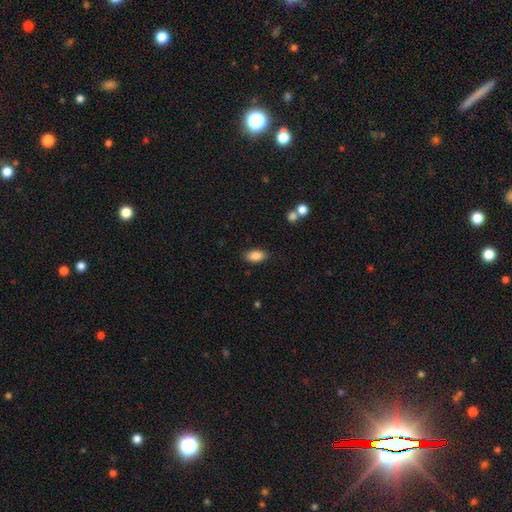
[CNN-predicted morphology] Overall: smooth (86%). How rounded: in between (90%). Merging: none (84%).